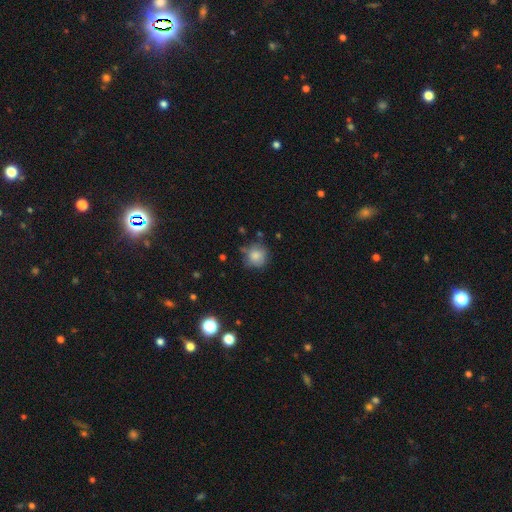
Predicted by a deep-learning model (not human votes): smooth 79%, featured or disk 11%, star or artifact 10%. Down the decision tree: how rounded — round (88%); merging — none (67%).